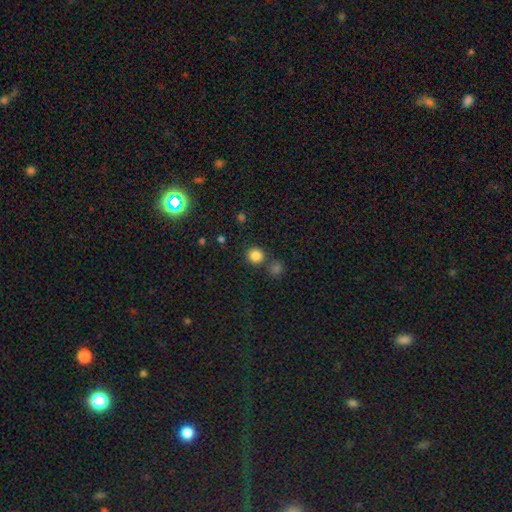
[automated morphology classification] The model was most divided on "merging": none: 76%, merger: 14%, minor disturbance: 7%, major disturbance: 3%. More confident: how rounded — round (91%); smooth or featured — smooth (83%).